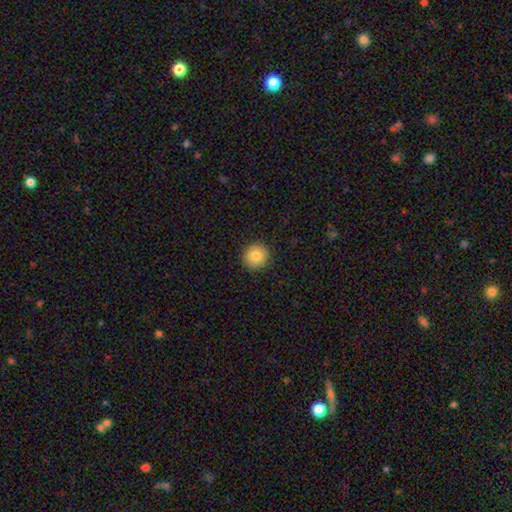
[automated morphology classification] smooth_or_featured: smooth (p=0.82) [alt: featured or disk p=0.09]
how_rounded: round (p=0.94) [alt: in between p=0.05]
merging: none (p=0.92) [alt: minor disturbance p=0.06]